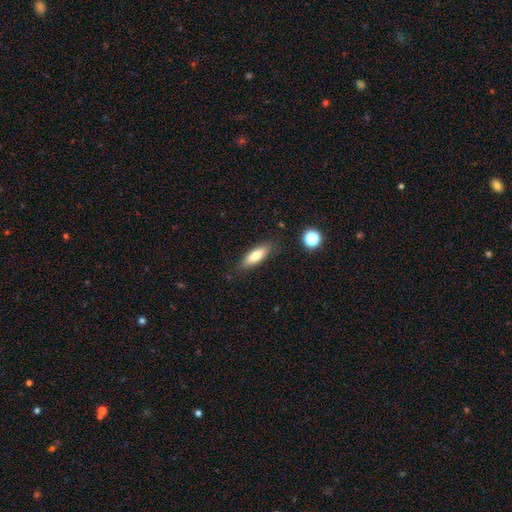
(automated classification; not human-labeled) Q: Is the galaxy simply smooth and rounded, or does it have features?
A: smooth — 75%.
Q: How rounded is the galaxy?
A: in between — 59%.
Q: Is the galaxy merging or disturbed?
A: none — 83%.